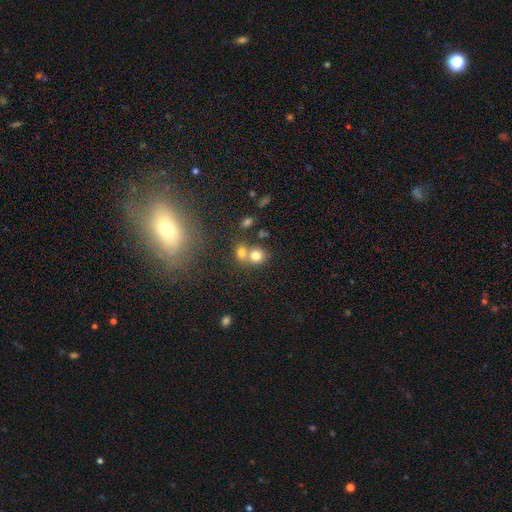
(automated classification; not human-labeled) smooth_or_featured: smooth (p=0.76) [alt: star or artifact p=0.13]
how_rounded: round (p=0.77) [alt: in between p=0.22]
merging: merger (p=0.49) [alt: none p=0.41]